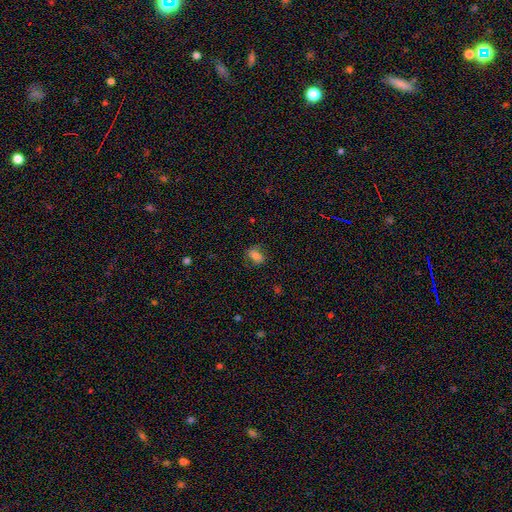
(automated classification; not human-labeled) Smooth or featured: smooth — 75% (featured or disk — 14%)
How rounded: in between — 83% (round — 14%)
Merging: none — 69% (minor disturbance — 21%)